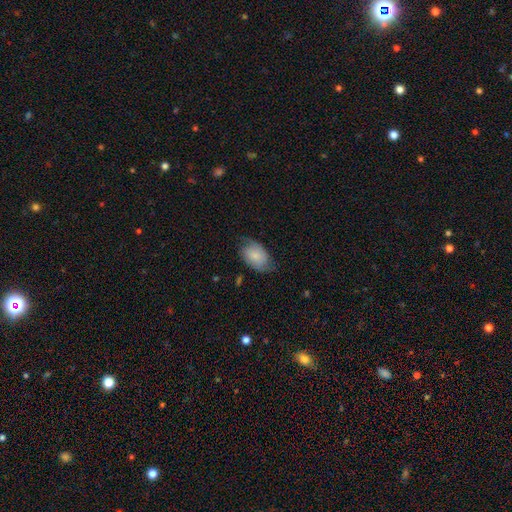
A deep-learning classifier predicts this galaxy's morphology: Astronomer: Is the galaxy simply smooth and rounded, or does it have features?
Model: smooth — 58% (runner-up: featured or disk, 35%).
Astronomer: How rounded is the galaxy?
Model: in between — 88%.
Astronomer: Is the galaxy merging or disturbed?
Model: none — 62%.